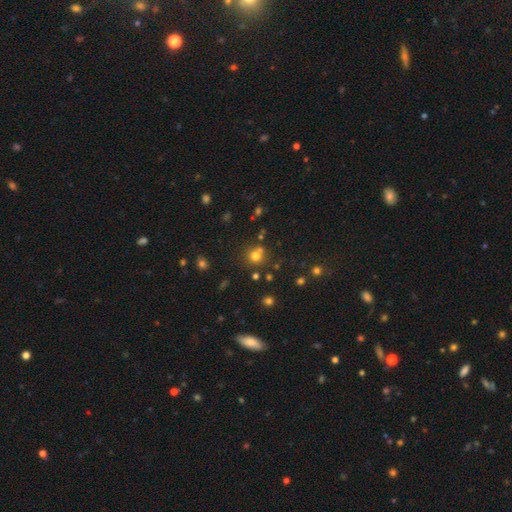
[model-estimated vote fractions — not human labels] Smooth or featured?
  - smooth: 70% *
  - star or artifact: 21%
  - featured or disk: 9%
How rounded?
  - round: 90% *
  - in between: 9%
  - cigar-shaped: 1%
Merging?
  - none: 66% *
  - merger: 22%
  - minor disturbance: 9%
  - major disturbance: 3%